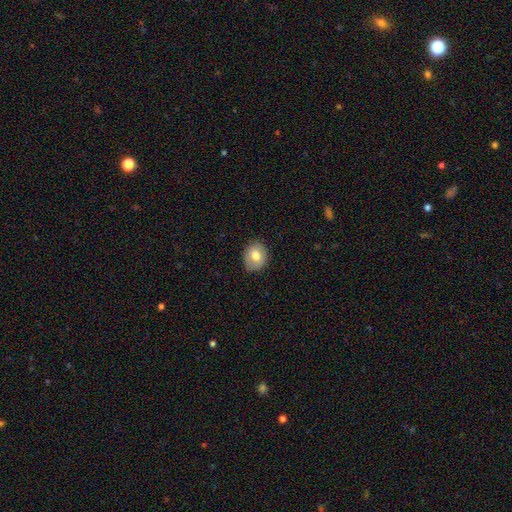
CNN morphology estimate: This appears to be a smooth galaxy with no disk features (75%) that is round (56%). Merging: none (85%).